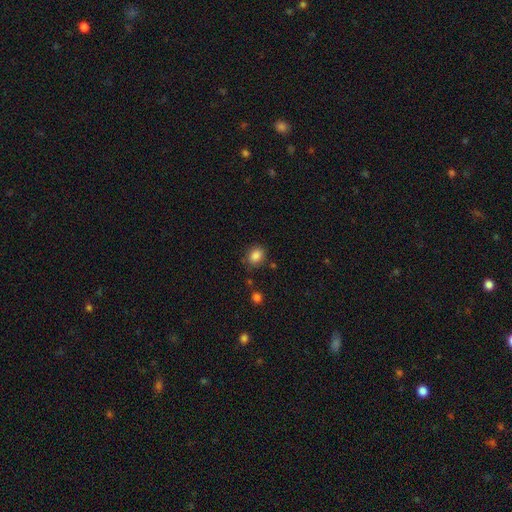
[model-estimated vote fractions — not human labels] Smooth or featured?
  - smooth: 85% *
  - star or artifact: 10%
  - featured or disk: 4%
How rounded?
  - in between: 49% * (tied)
  - round: 49% * (tied)
  - cigar-shaped: 1%
Merging?
  - none: 80% *
  - minor disturbance: 13%
  - major disturbance: 4%
  - merger: 3%